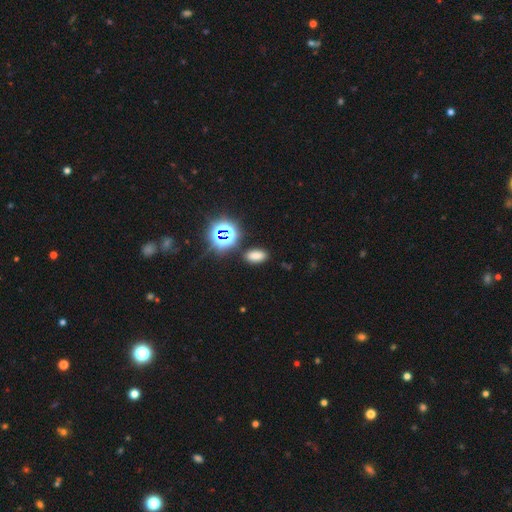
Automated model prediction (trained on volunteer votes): Smooth or featured? smooth (68%)
How rounded? in between (88%)
Merging? none (85%)